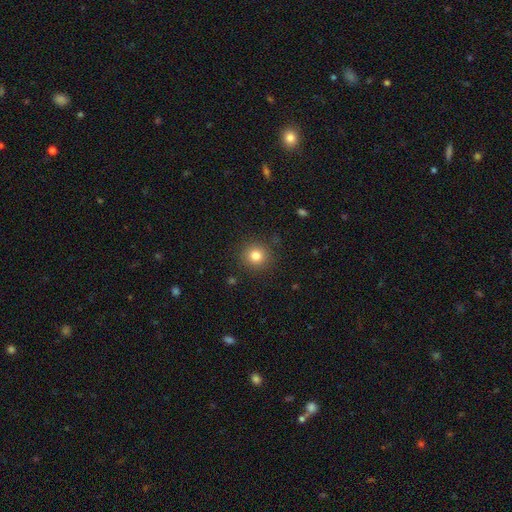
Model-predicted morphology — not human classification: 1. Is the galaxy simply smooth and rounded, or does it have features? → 81% smooth, 12% star or artifact, 7% featured or disk.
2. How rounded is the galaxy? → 93% round, 6% in between, 1% cigar-shaped.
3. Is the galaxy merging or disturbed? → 89% none, 7% minor disturbance, 3% major disturbance, 1% merger.